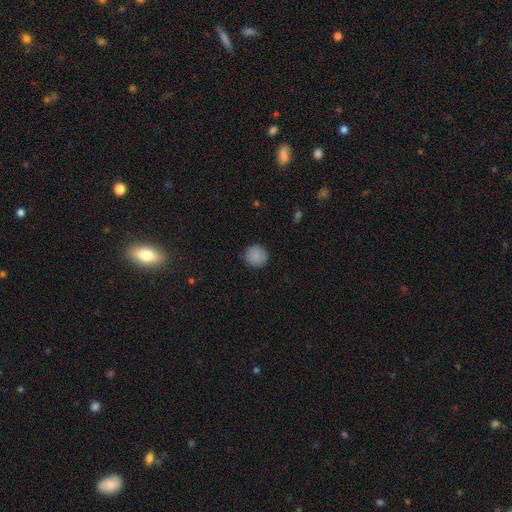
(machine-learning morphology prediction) This is clearly a smooth galaxy (87%). How rounded: clearly round (93%). Merging: clearly none (90%).